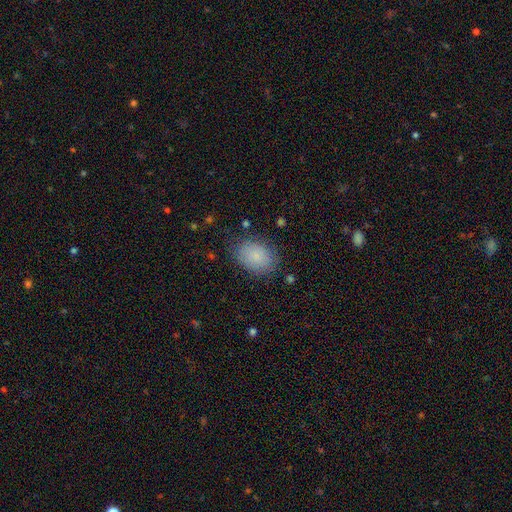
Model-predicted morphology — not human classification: The model was most divided on "how rounded": in between: 75%, round: 24%, cigar-shaped: 1%. More confident: smooth or featured — smooth (85%); merging — none (80%).